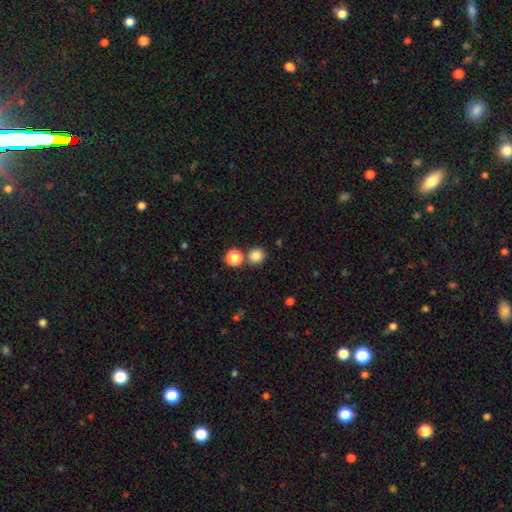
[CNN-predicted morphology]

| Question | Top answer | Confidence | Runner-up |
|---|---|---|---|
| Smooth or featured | smooth | 83% | star or artifact (13%) |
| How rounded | round | 90% | in between (9%) |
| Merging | none | 77% | merger (14%) |